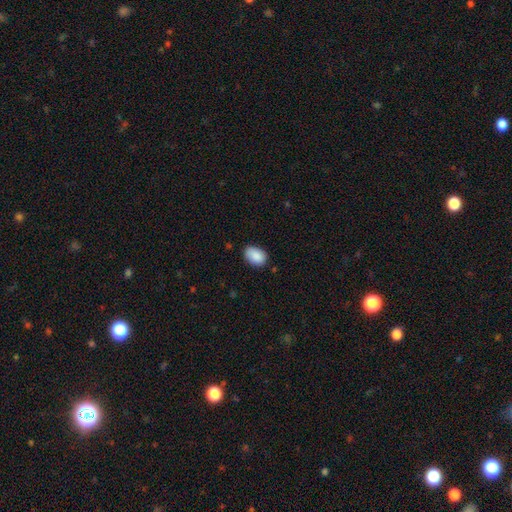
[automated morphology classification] The model was most divided on "merging": none: 78%, minor disturbance: 18%, major disturbance: 3%, merger: 1%. More confident: smooth or featured — smooth (89%); how rounded — in between (85%).